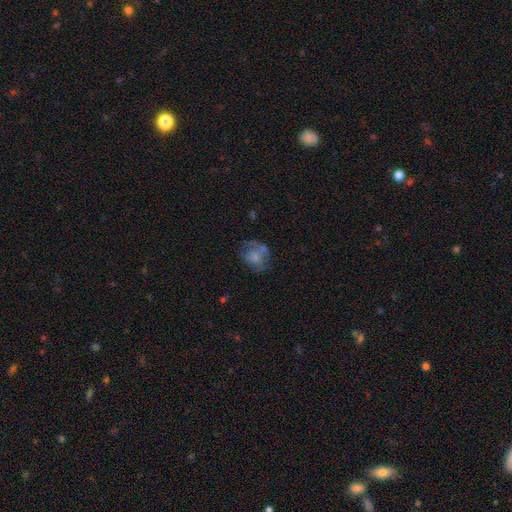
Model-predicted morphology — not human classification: Smooth or featured? Predicted: smooth (p=0.53). How rounded? Predicted: round (p=0.58). Merging? Predicted: none (p=0.43).